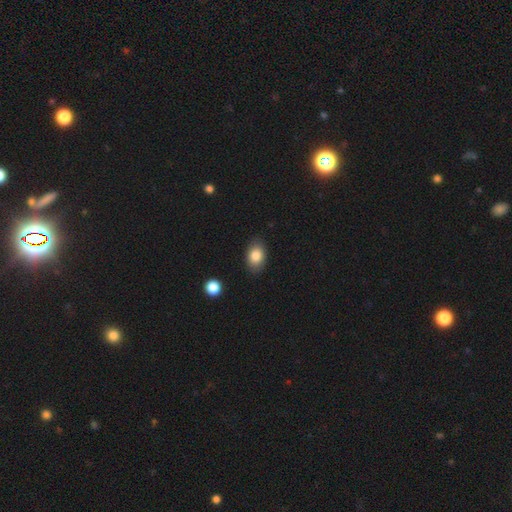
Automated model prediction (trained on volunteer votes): smooth-or-featured: smooth: 84% | featured or disk: 8% | star or artifact: 8%
  how-rounded: in between: 84% | round: 15% | cigar-shaped: 1%
  merging: none: 84% | minor disturbance: 12% | major disturbance: 3% | merger: 1%